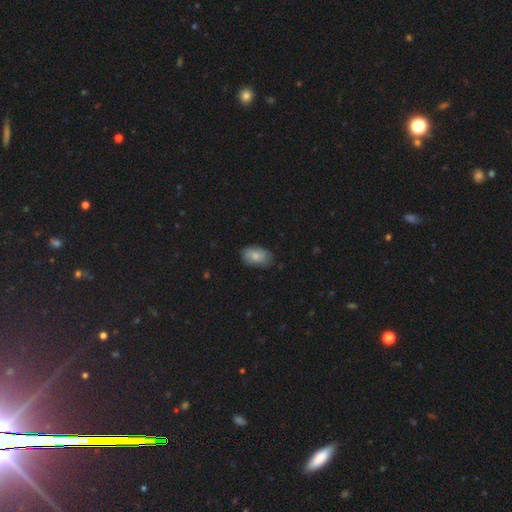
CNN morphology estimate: type=smooth (75%); roundness=in between (90%); merging=none (76%).